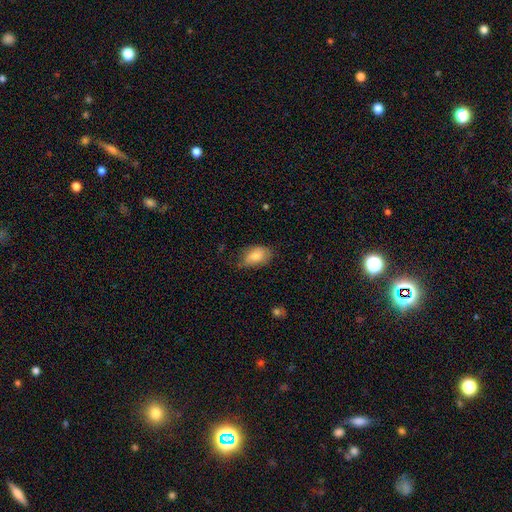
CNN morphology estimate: The model was most divided on "merging": none: 61%, minor disturbance: 31%, major disturbance: 6%, merger: 1%. More confident: how rounded — in between (91%); smooth or featured — smooth (81%).